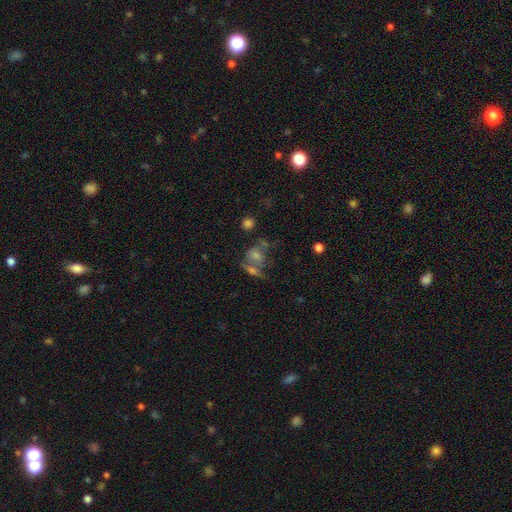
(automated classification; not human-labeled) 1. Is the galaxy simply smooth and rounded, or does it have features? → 40% smooth, 35% featured or disk, 26% star or artifact.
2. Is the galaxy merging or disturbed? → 38% none, 35% merger, 14% major disturbance, 13% minor disturbance.